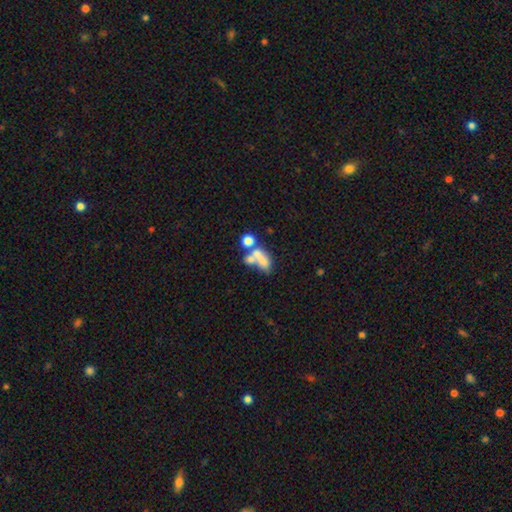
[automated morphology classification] A smooth galaxy with no disk features (57%) that is in between round and cigar-shaped (68%).

Vote fractions:
- Smooth or featured? smooth: 57% / featured or disk: 29% / star or artifact: 14%
- How rounded? in between: 68% / round: 21% / cigar-shaped: 11%
- Merging? merger: 54% / none: 23% / major disturbance: 13% / minor disturbance: 10%